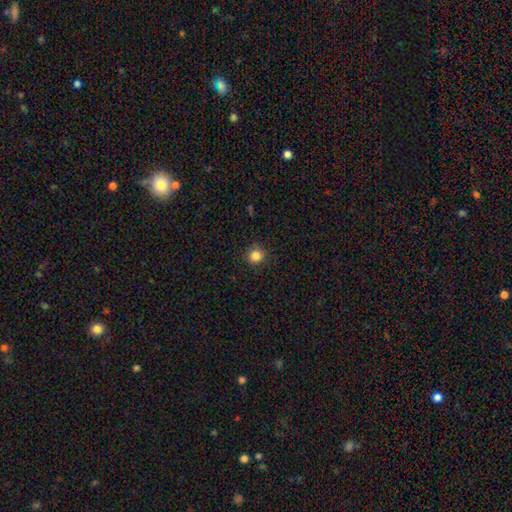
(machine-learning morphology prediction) This is clearly a smooth galaxy (84%). How rounded: clearly round (93%). Merging: clearly none (89%).